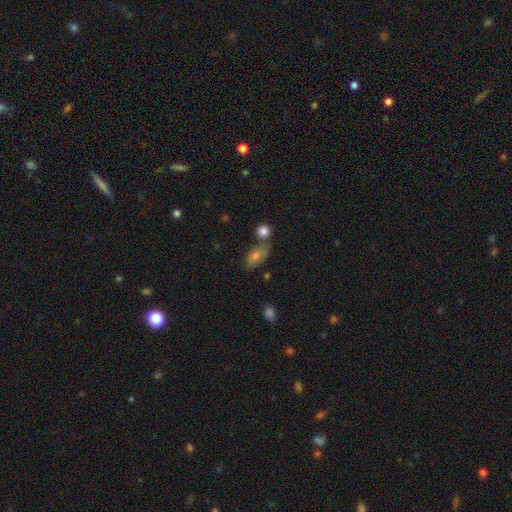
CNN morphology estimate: The model was most divided on "smooth or featured": smooth: 65%, featured or disk: 20%, star or artifact: 15%. More confident: how rounded — in between (82%); merging — none (63%).